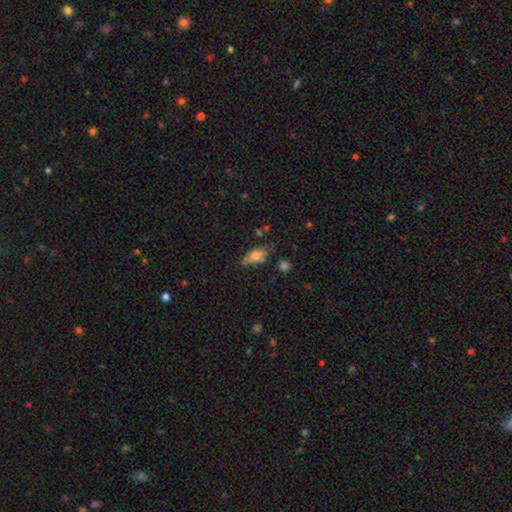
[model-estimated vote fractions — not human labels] smooth_or_featured: smooth (p=0.73) [alt: featured or disk p=0.18]
how_rounded: in between (p=0.81) [alt: cigar-shaped p=0.14]
merging: none (p=0.50) [alt: minor disturbance p=0.33]